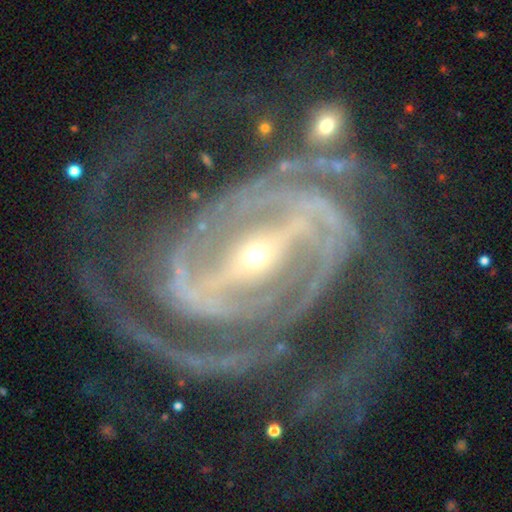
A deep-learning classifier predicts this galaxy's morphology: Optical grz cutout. It shows a featured or disk galaxy (92%) with a strong bar (80%), 2 (57%) tight (53%) spiral arms (98%) and a small central bulge (70%). Merging: none (61%).